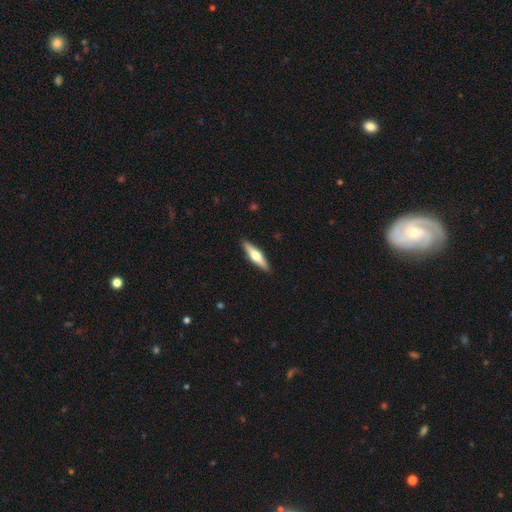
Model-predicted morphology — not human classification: This appears to be a featured or disk galaxy (53%) viewed edge-on (95%) with a rounded central bulge (93%). Merging: none (91%).